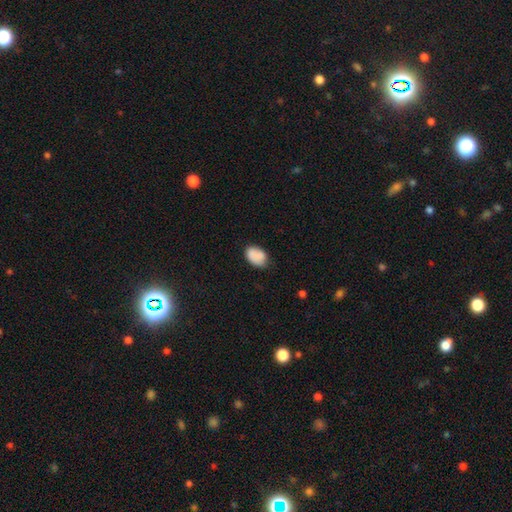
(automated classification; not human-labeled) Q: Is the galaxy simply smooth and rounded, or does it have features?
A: smooth — 86%.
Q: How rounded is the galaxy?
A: in between — 85%.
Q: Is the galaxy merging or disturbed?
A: none — 72%.